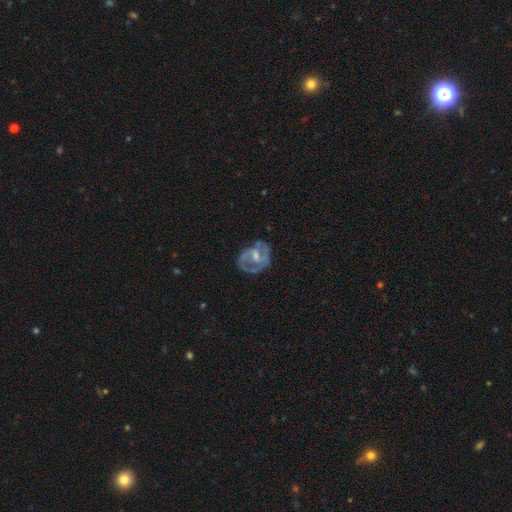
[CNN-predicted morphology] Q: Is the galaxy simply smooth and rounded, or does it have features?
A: featured or disk — 73%.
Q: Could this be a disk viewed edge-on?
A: no — 97%.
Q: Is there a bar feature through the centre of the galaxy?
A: no — 46%.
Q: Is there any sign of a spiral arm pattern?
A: yes — 69%.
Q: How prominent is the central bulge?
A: moderate — 50%.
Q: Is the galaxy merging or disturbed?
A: none — 58%.